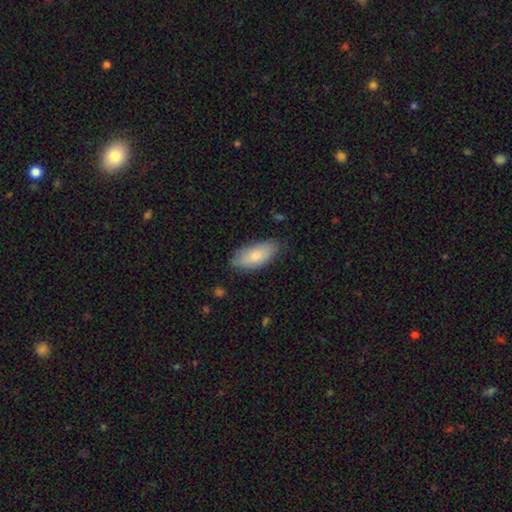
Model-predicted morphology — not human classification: A smooth galaxy with no disk features (77%) that is in between round and cigar-shaped (88%). Merging: none (77%).